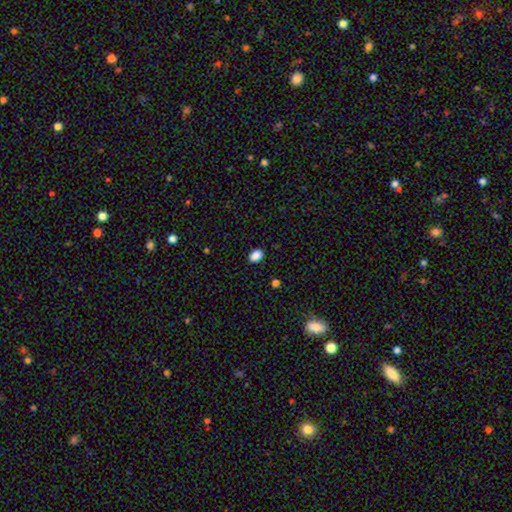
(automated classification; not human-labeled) smooth_or_featured: smooth (p=0.88) [alt: star or artifact p=0.09]
how_rounded: in between (p=0.76) [alt: round p=0.23]
merging: none (p=0.89) [alt: minor disturbance p=0.08]